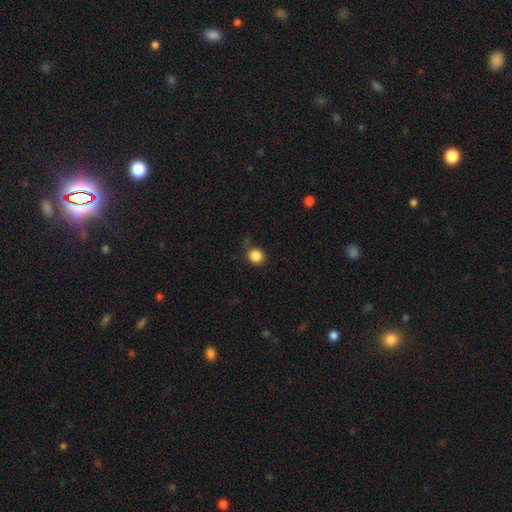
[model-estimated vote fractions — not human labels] The model was most divided on "merging": none: 75%, minor disturbance: 17%, major disturbance: 5%, merger: 2%. More confident: how rounded — round (88%); smooth or featured — smooth (86%).